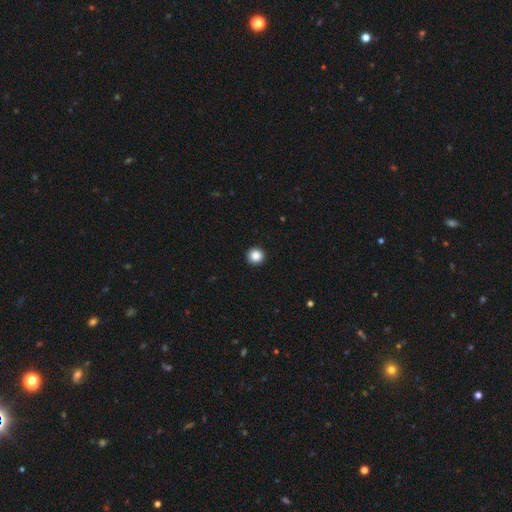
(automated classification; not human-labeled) Overall: smooth (87%). How rounded: round (96%). Merging: none (94%).